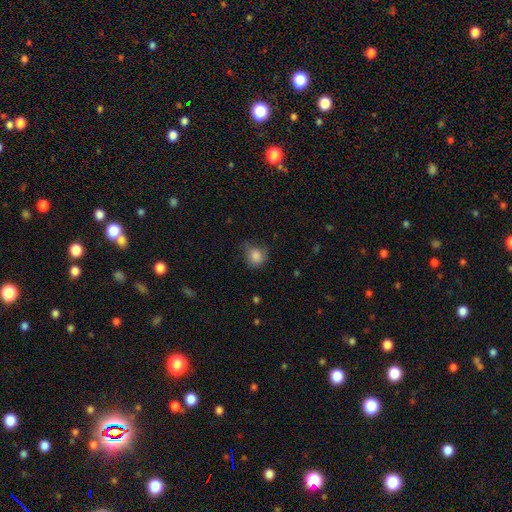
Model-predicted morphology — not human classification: smooth_or_featured: smooth (p=0.84) [alt: star or artifact p=0.10]
how_rounded: round (p=0.70) [alt: in between p=0.29]
merging: none (p=0.54) [alt: minor disturbance p=0.32]